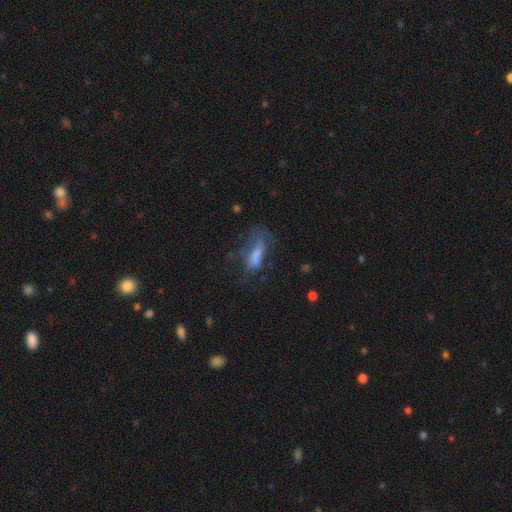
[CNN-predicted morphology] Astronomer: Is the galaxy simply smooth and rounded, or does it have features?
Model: smooth — 54% (runner-up: featured or disk, 32%).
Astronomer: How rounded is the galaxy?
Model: in between — 57% (runner-up: cigar-shaped, 40%).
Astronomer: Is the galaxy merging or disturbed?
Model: none — 40% (runner-up: major disturbance, 33%).